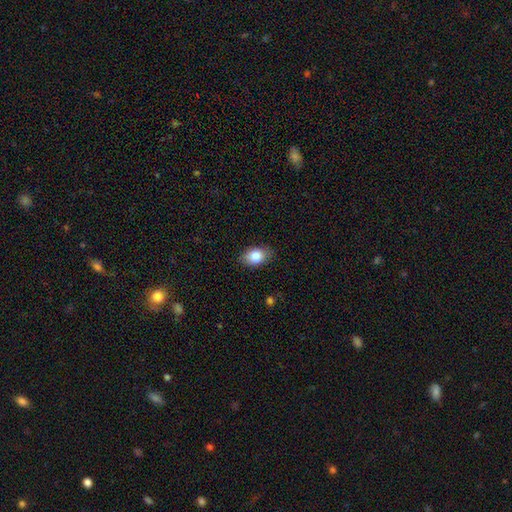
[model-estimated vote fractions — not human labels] The model was most divided on "how rounded": in between: 82%, round: 16%, cigar-shaped: 1%. More confident: merging — none (83%); smooth or featured — smooth (82%).